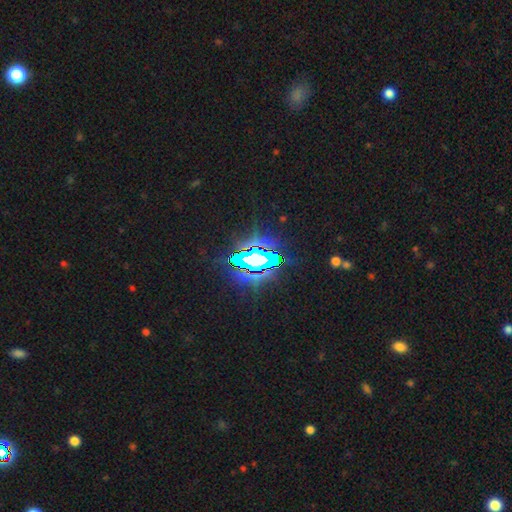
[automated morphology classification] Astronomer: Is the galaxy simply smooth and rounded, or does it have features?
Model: star or artifact — 76%.